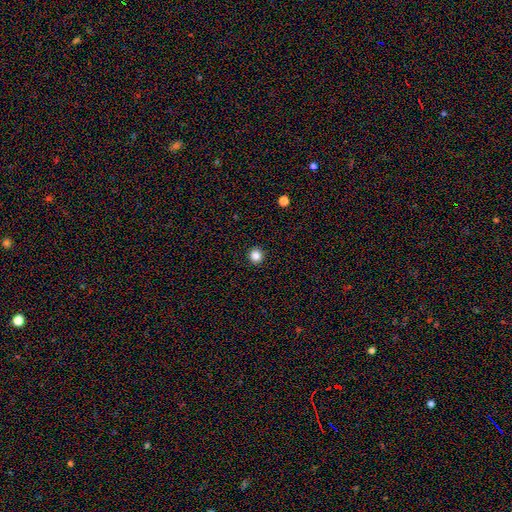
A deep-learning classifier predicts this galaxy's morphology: Smooth or featured? Predicted: smooth (p=0.85). How rounded? Predicted: round (p=0.92). Merging? Predicted: none (p=0.93).